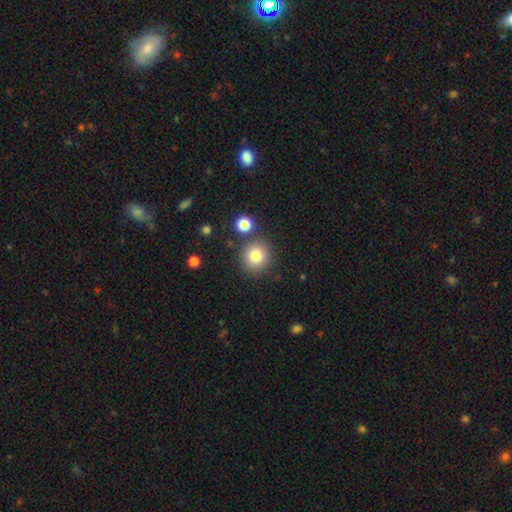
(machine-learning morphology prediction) smooth_or_featured: smooth (p=0.80) [alt: star or artifact p=0.12]
how_rounded: round (p=0.90) [alt: in between p=0.09]
merging: none (p=0.81) [alt: minor disturbance p=0.08]